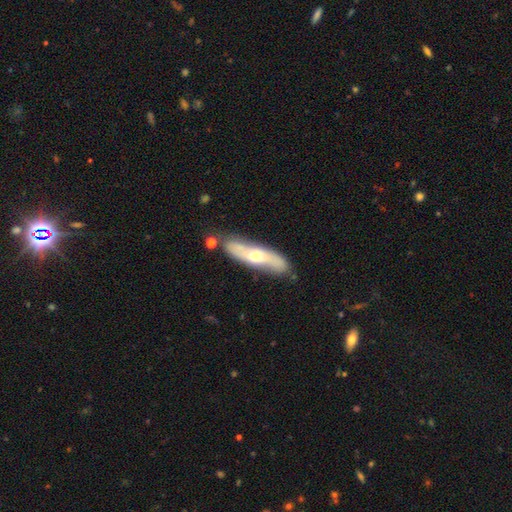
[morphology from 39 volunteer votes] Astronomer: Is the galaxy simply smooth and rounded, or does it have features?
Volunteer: featured or disk — 79%.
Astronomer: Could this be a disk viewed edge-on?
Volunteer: no — 58% (runner-up: yes, 42%).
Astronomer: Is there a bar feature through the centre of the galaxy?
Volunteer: no — 56% (runner-up: weak, 39%).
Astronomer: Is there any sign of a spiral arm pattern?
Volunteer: yes — 83%.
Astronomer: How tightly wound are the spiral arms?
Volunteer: medium — 40%, tied with loose at 40%.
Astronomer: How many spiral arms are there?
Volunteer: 2 — 87%.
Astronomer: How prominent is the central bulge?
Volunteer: moderate — 89%.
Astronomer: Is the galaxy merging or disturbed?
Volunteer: none — 77%.